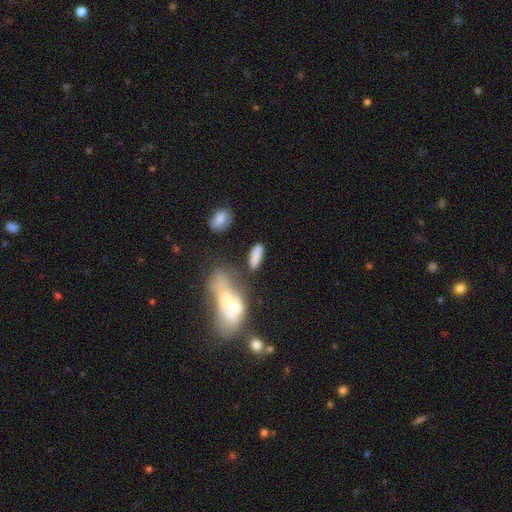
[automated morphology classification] A smooth galaxy with no disk features (81%) that is in between round and cigar-shaped (55%). Merging: none (59%).